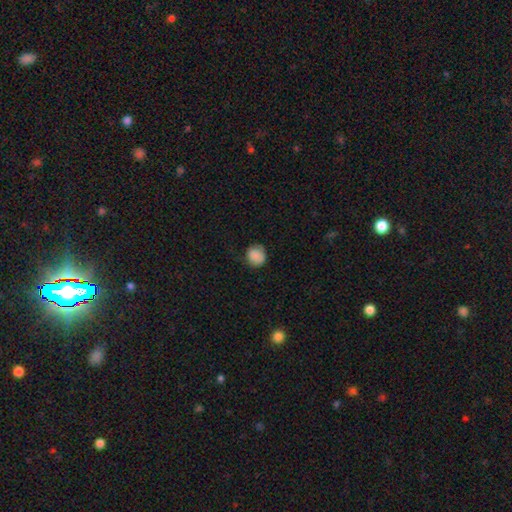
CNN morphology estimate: Smooth or featured: smooth — 87% (star or artifact — 8%)
How rounded: round — 86% (in between — 14%)
Merging: none — 75% (minor disturbance — 19%)